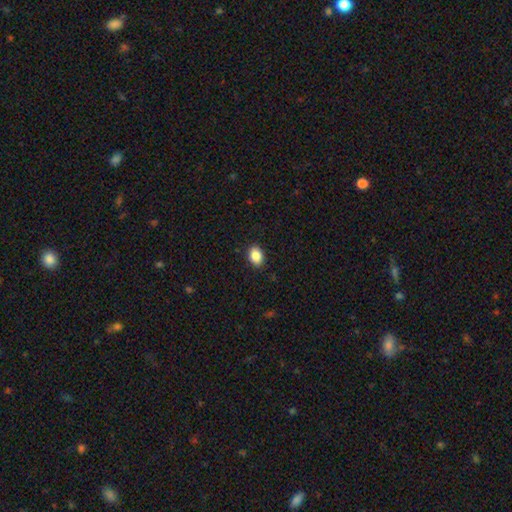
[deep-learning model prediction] Morphology: type=smooth (87%); roundness=in between (77%); merging=none (90%).